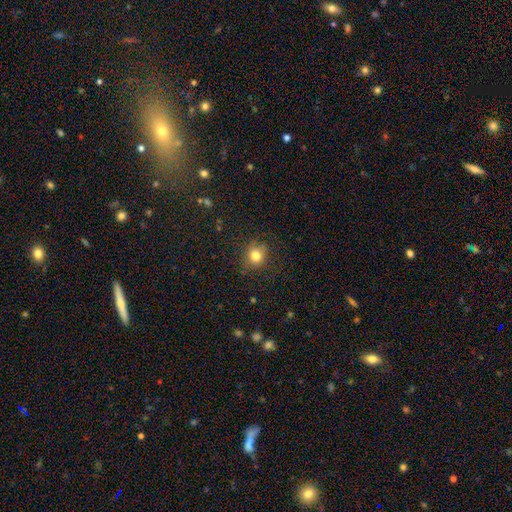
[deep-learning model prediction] Smooth or featured: smooth — 78% (star or artifact — 14%)
How rounded: round — 82% (in between — 17%)
Merging: none — 81% (minor disturbance — 13%)